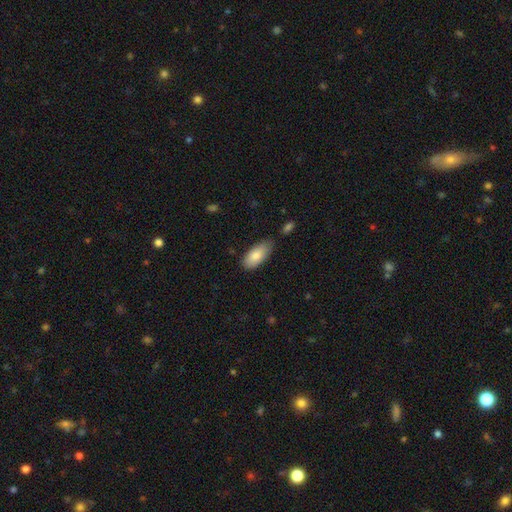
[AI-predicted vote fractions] smooth-or-featured: smooth: 84% | featured or disk: 10% | star or artifact: 6%
  how-rounded: in between: 90% | cigar-shaped: 8% | round: 2%
  merging: none: 72% | minor disturbance: 21% | merger: 4% | major disturbance: 3%